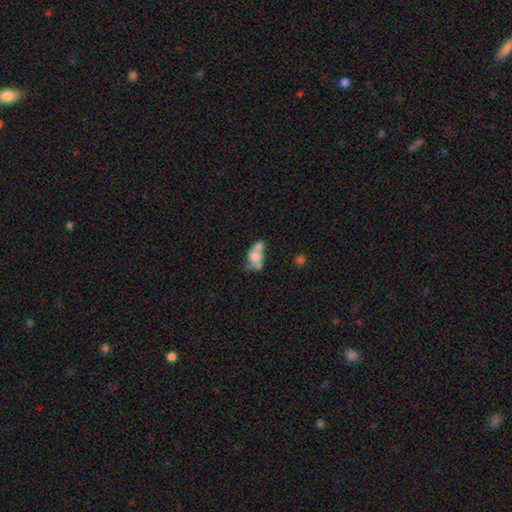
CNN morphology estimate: Smooth or featured?
  - smooth: 57% *
  - featured or disk: 32%
  - star or artifact: 11%
How rounded?
  - in between: 76% *
  - round: 22%
  - cigar-shaped: 2%
Merging?
  - merger: 60% *
  - none: 17%
  - major disturbance: 12%
  - minor disturbance: 11%